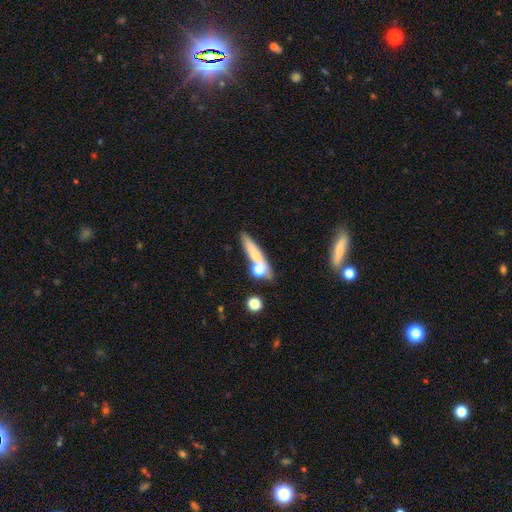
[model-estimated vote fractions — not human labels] This is likely a smooth galaxy (61%). How rounded: likely cigar-shaped (66%). Merging: possibly none (57%).